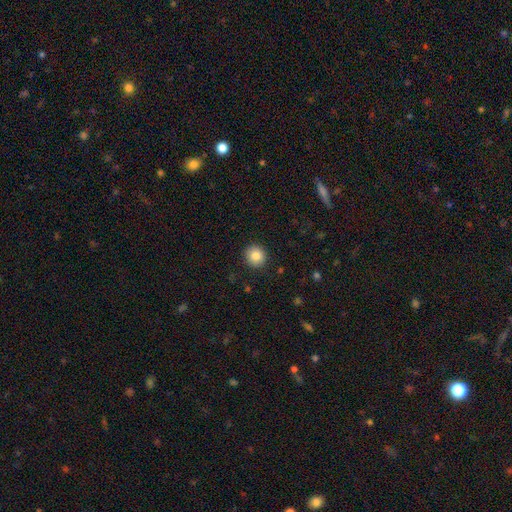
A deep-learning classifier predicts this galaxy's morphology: Smooth or featured?
  - smooth: 85% *
  - star or artifact: 9%
  - featured or disk: 6%
How rounded?
  - round: 93% *
  - in between: 6%
  - cigar-shaped: 1%
Merging?
  - none: 92% *
  - minor disturbance: 6%
  - major disturbance: 2%
  - merger: 1%